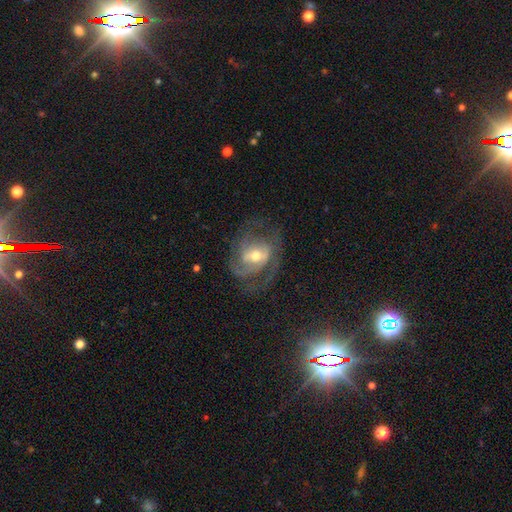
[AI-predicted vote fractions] This appears to be a featured or disk galaxy (79%) with a weak bar (42%), 2 (52%) medium (48%) spiral arms (87%) and a moderate central bulge (62%). Merging: none (57%).